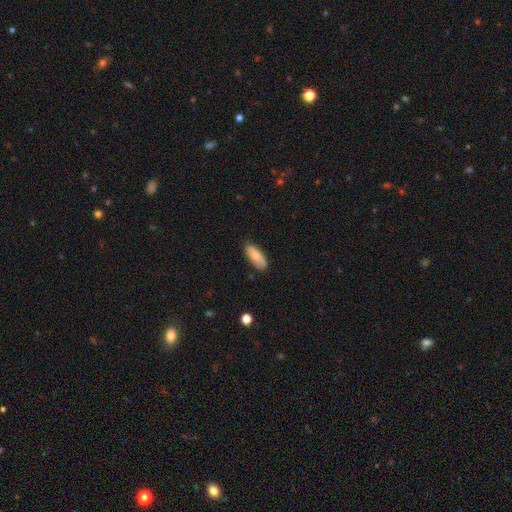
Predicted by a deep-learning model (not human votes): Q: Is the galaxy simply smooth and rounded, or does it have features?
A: smooth — 82%.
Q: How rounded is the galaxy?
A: in between — 79%.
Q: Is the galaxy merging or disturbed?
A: none — 84%.